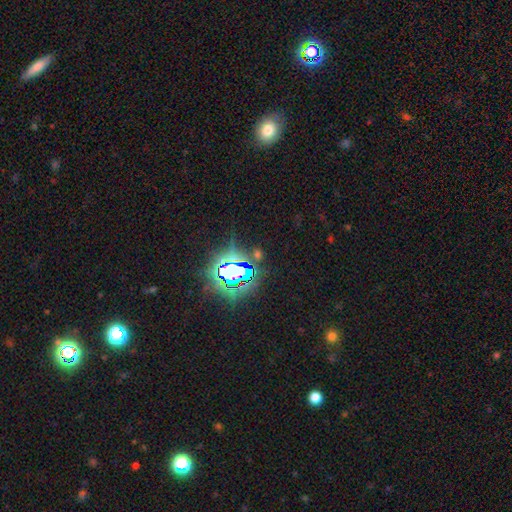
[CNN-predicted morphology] A star or artifact, not a galaxy (77%).